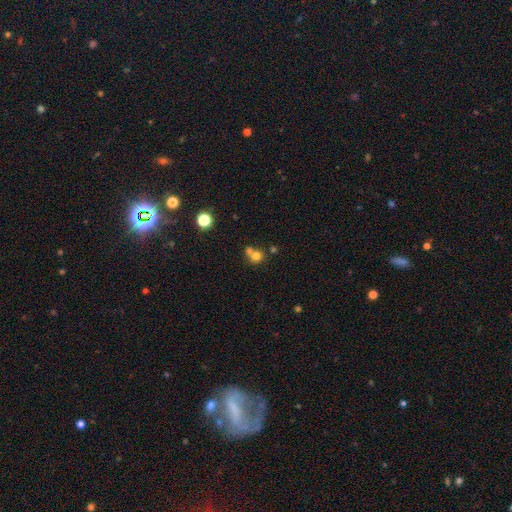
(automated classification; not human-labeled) A smooth galaxy with no disk features (74%) that is round (85%). Merging: merger (46%).